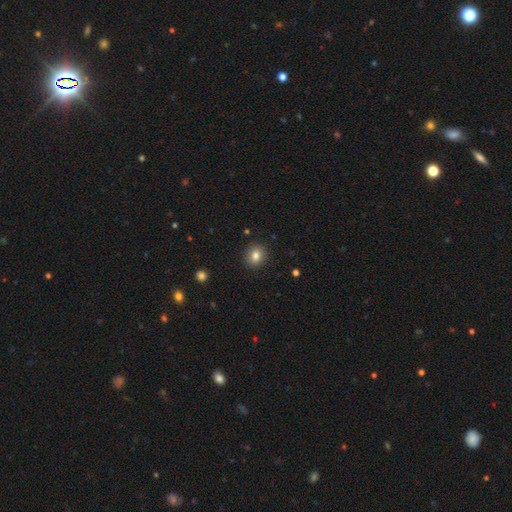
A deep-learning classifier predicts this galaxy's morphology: A smooth galaxy with no disk features (81%) that is round (69%).

Vote fractions:
- Smooth or featured? smooth: 81% / star or artifact: 11% / featured or disk: 8%
- How rounded? round: 69% / in between: 30% / cigar-shaped: 1%
- Merging? none: 90% / minor disturbance: 7% / major disturbance: 2% / merger: 1%